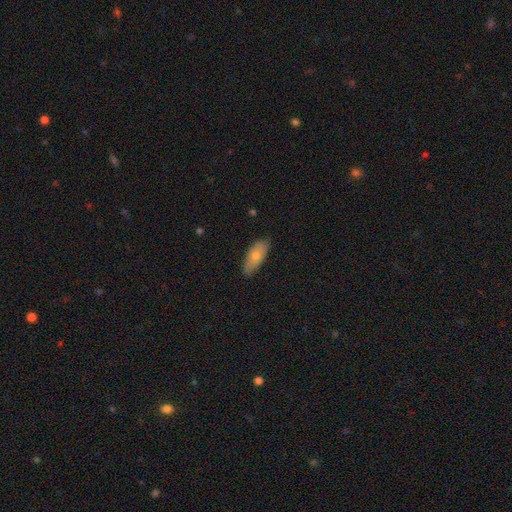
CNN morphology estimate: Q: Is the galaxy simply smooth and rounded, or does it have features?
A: smooth — 68%.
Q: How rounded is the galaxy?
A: in between — 79%.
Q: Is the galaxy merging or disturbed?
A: none — 76%.